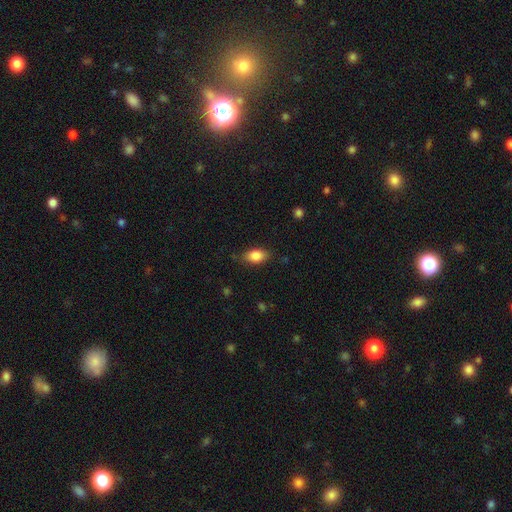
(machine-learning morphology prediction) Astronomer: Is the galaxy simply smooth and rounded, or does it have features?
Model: smooth — 84%.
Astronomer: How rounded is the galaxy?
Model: in between — 87%.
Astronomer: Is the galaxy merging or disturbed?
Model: none — 79%.